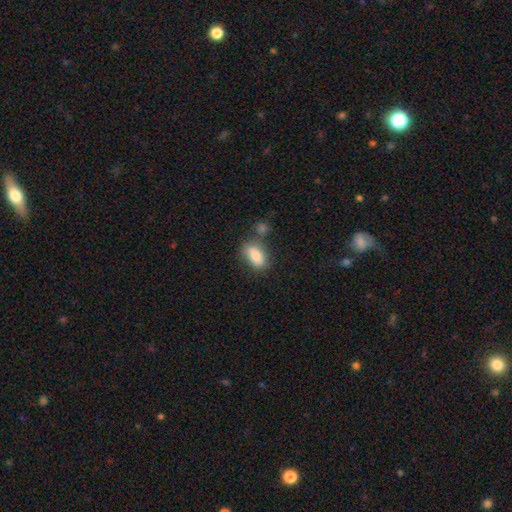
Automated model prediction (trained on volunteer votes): Morphology: type=smooth (81%); roundness=in between (89%); merging=none (64%).